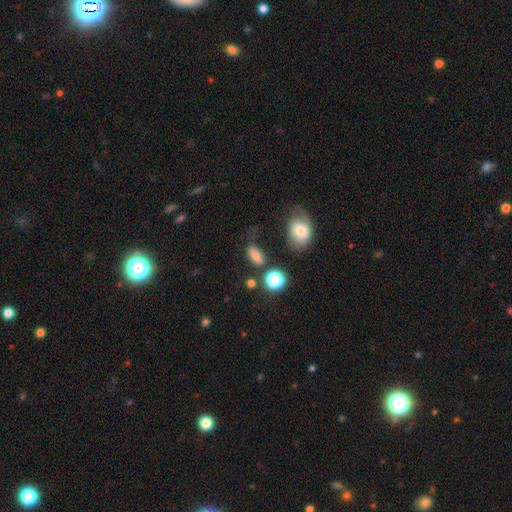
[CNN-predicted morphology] type=smooth (78%); roundness=in between (79%); merging=none (66%).